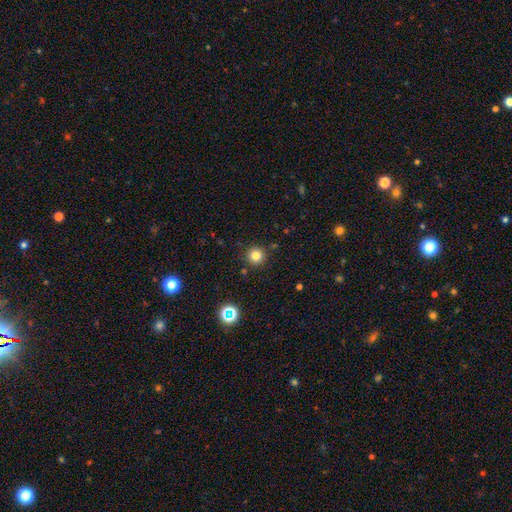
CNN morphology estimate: This is clearly a smooth galaxy (80%). How rounded: clearly round (95%). Merging: clearly none (88%).